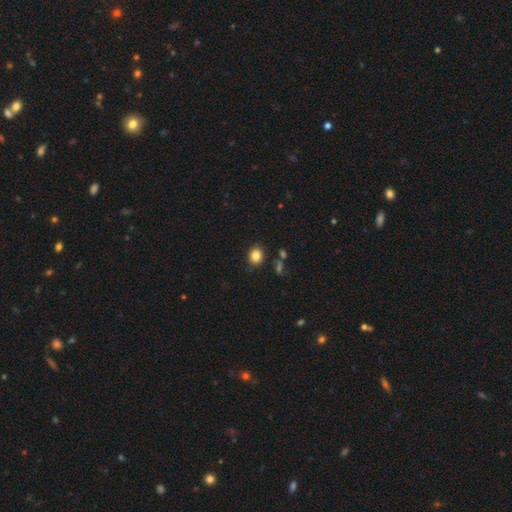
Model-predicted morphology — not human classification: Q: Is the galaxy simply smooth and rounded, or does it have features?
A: smooth — 84%.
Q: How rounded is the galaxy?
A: round — 63%.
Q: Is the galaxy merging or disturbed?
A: none — 83%.